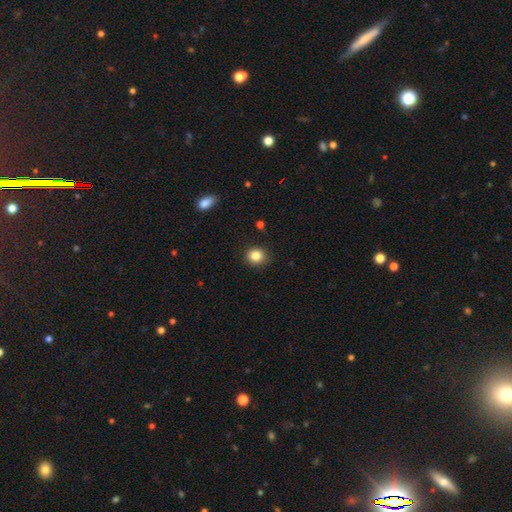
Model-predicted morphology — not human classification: type=smooth (85%); roundness=round (81%); merging=none (88%).